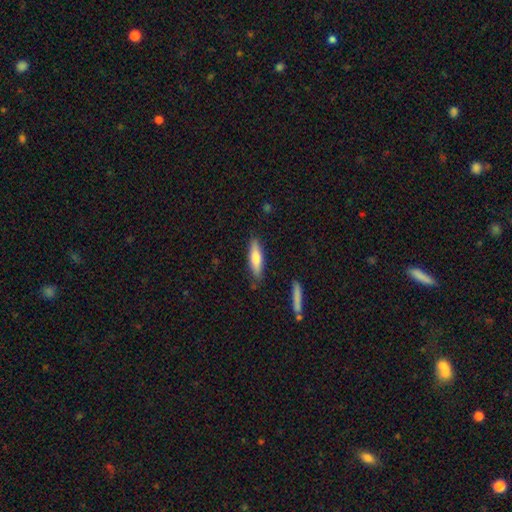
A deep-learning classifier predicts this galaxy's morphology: Smooth or featured? Predicted: smooth (p=0.66). How rounded? Predicted: cigar-shaped (p=0.70). Merging? Predicted: none (p=0.84).